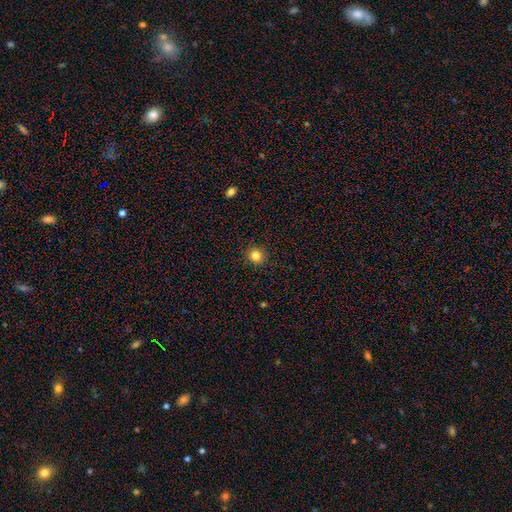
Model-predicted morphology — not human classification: Q: Smooth or featured?
A: smooth (83%); runner-up: star or artifact (12%)
Q: How rounded?
A: round (93%); runner-up: in between (6%)
Q: Merging?
A: none (92%); runner-up: minor disturbance (5%)